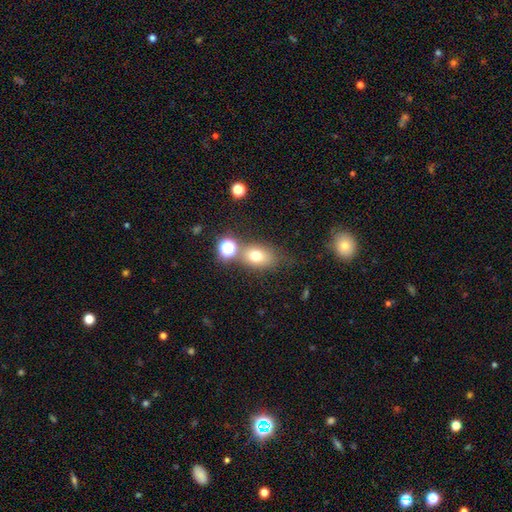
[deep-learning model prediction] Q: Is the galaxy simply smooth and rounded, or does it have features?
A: smooth — 71%.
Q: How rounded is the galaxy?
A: in between — 65%.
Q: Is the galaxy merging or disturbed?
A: none — 62%.